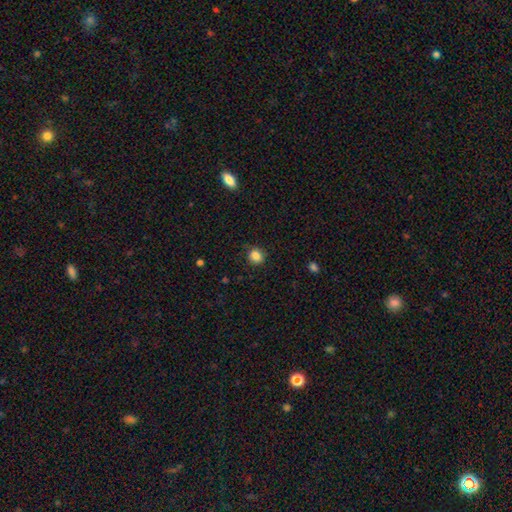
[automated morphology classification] This appears to be a smooth galaxy with no disk features (86%) that is round (80%). Merging: none (85%).